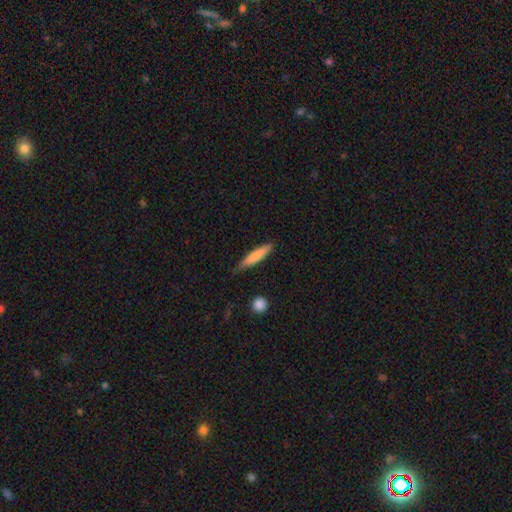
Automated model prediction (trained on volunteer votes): The model was most divided on "smooth or featured": smooth: 76%, featured or disk: 18%, star or artifact: 6%. More confident: how rounded — cigar-shaped (89%); merging — none (78%).